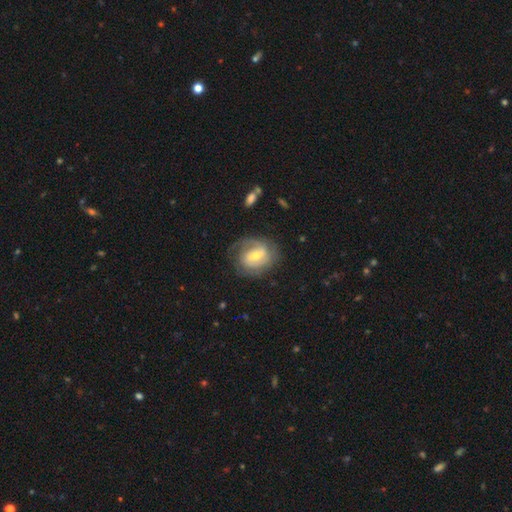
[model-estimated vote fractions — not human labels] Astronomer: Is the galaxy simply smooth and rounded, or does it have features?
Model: featured or disk — 74%.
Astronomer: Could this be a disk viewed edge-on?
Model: no — 97%.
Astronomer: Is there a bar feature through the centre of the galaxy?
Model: weak — 50% (runner-up: no, 29%).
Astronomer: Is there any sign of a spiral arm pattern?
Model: yes — 87%.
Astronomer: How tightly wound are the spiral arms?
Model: tight — 49% (runner-up: medium, 36%).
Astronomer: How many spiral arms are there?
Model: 2 — 50% (runner-up: can't tell, 25%).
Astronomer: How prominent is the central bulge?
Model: moderate — 52% (runner-up: small, 41%).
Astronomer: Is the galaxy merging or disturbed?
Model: none — 67%.